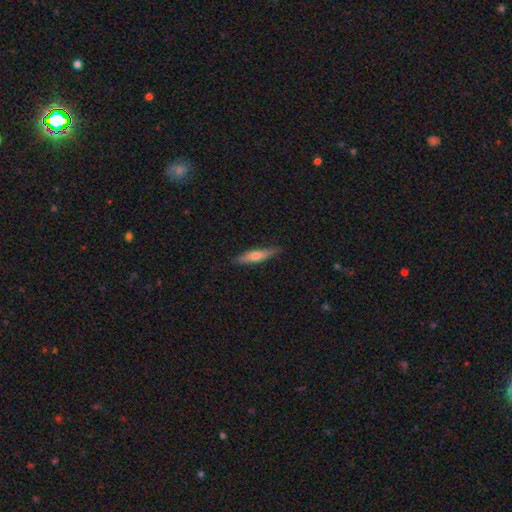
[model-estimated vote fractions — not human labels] Q: Smooth or featured?
A: featured or disk (48%); runner-up: smooth (46%)
Q: Merging?
A: none (86%); runner-up: minor disturbance (11%)